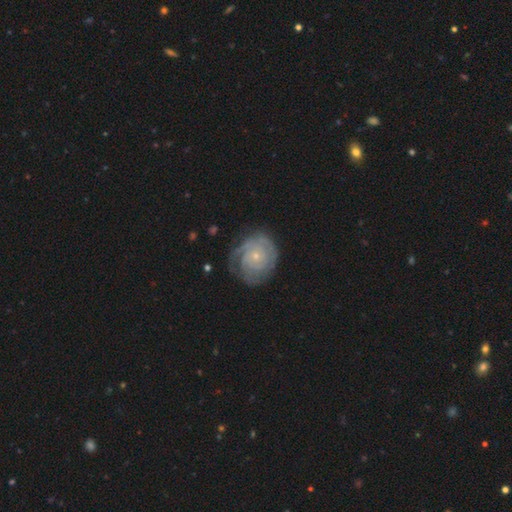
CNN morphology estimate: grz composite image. It shows a featured or disk galaxy (77%) with no bar (81%), tight (75%) spiral arms (91%) and a small central bulge (80%). Merging: none (67%).